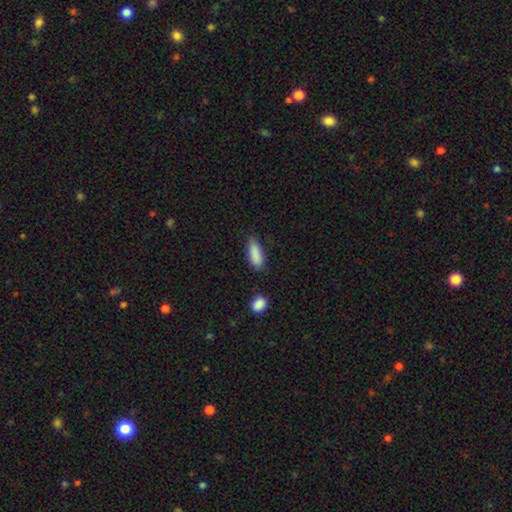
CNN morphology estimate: smooth 88%, star or artifact 7%, featured or disk 5%. Down the decision tree: how rounded — in between (69%); merging — none (75%).